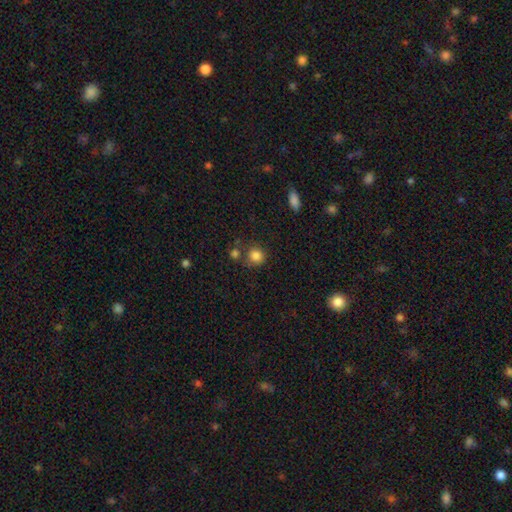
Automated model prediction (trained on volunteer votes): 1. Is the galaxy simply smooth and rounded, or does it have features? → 84% smooth, 11% star or artifact, 5% featured or disk.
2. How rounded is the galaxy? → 86% round, 13% in between, 1% cigar-shaped.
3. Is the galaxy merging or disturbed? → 67% none, 15% merger, 13% minor disturbance, 5% major disturbance.